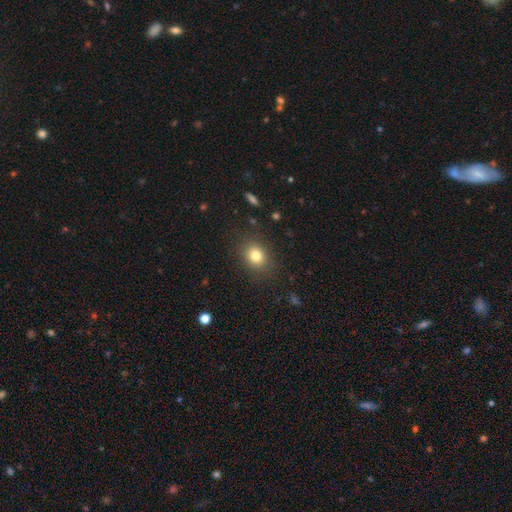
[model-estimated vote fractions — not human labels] The model was most divided on "how rounded": round: 59%, in between: 40%, cigar-shaped: 1%. More confident: merging — none (86%); smooth or featured — smooth (80%).